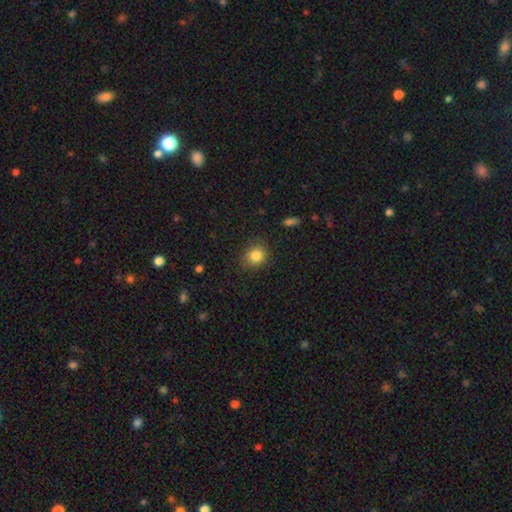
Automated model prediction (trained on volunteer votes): smooth_or_featured: smooth (p=0.84) [alt: star or artifact p=0.10]
how_rounded: round (p=0.77) [alt: in between p=0.22]
merging: none (p=0.84) [alt: minor disturbance p=0.12]